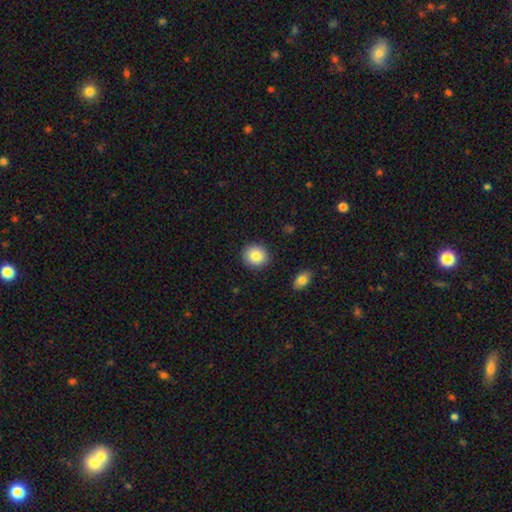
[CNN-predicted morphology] smooth_or_featured: smooth (p=0.85) [alt: star or artifact p=0.08]
how_rounded: round (p=0.85) [alt: in between p=0.14]
merging: none (p=0.90) [alt: minor disturbance p=0.06]